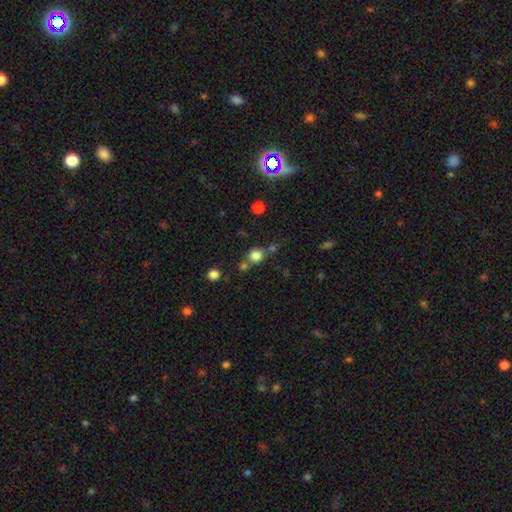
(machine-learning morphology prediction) Overall: smooth (80%). How rounded: round (85%). Merging: none (63%).